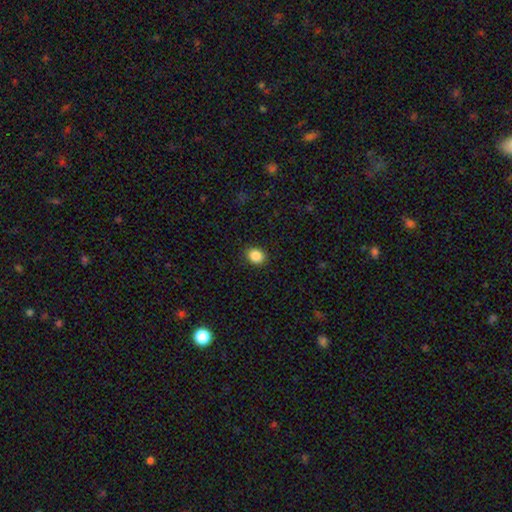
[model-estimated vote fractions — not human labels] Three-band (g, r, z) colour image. It shows a smooth galaxy with no disk features (87%) that is round (57%). Merging: none (90%).